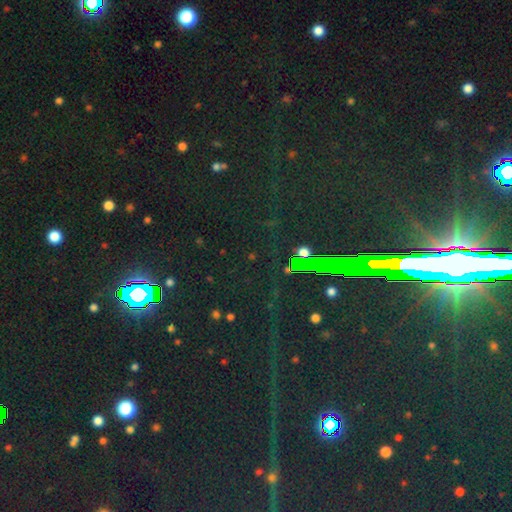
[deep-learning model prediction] Q: Smooth or featured?
A: star or artifact (84%); runner-up: smooth (8%)